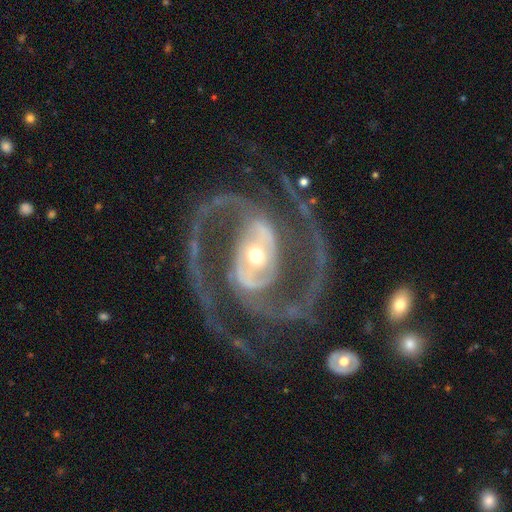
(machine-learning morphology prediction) smooth_or_featured: featured or disk (p=0.94) [alt: star or artifact p=0.04]
disk_edge_on: no (p=0.98) [alt: yes p=0.02]
bar: strong (p=0.45) [alt: weak p=0.31]
has_spiral_arms: yes (p=0.98) [alt: no p=0.02]
spiral_winding: medium (p=0.60) [alt: tight p=0.26]
spiral_arm_count: 2 (p=0.89) [alt: 3 p=0.04]
bulge_size: moderate (p=0.58) [alt: small p=0.33]
merging: none (p=0.72) [alt: minor disturbance p=0.13]